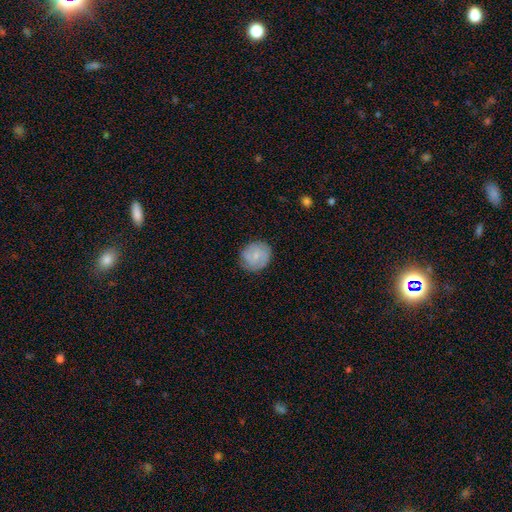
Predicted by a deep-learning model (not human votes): smooth_or_featured: smooth (p=0.60) [alt: featured or disk p=0.33]
how_rounded: round (p=0.85) [alt: in between p=0.14]
merging: none (p=0.82) [alt: minor disturbance p=0.14]